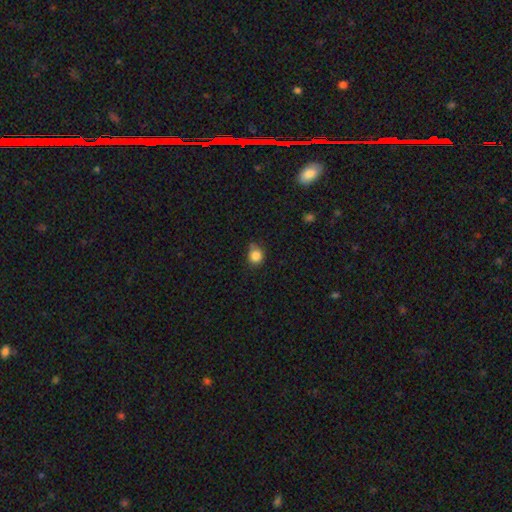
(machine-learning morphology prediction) Overall: smooth (85%). How rounded: round (85%). Merging: none (67%).